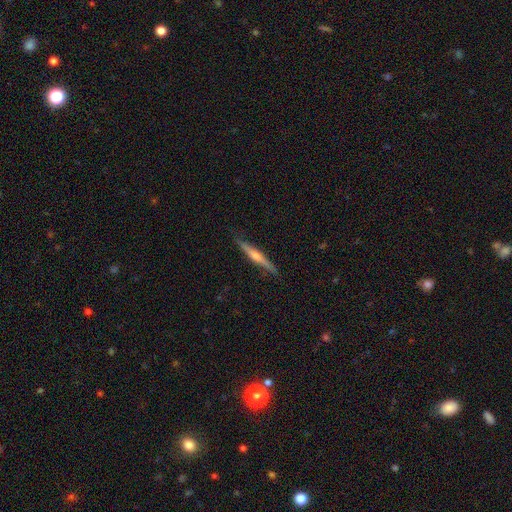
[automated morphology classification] Q: Smooth or featured?
A: featured or disk (72%); runner-up: smooth (22%)
Q: Edge-on disk?
A: yes (98%); runner-up: no (2%)
Q: Edge-on bulge?
A: rounded (83%); runner-up: none (11%)
Q: Merging?
A: none (88%); runner-up: minor disturbance (9%)